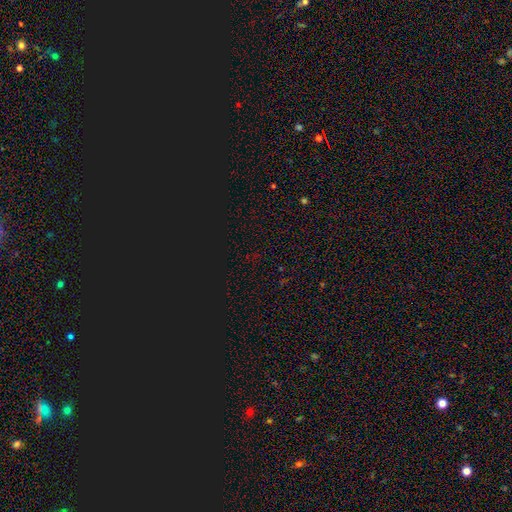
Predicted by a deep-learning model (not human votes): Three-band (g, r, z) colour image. It shows a star or artifact, not a galaxy (77%).